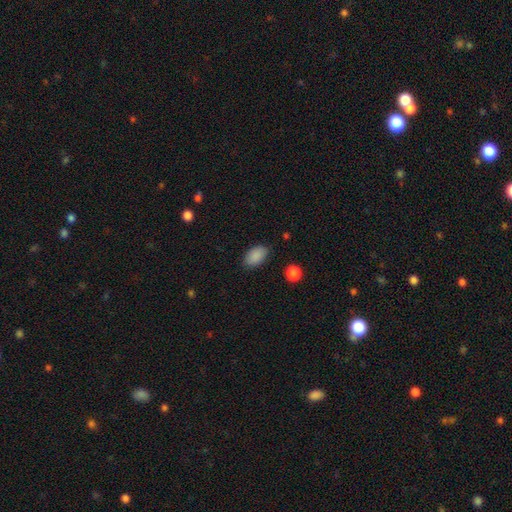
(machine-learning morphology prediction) smooth-or-featured: smooth: 88% | star or artifact: 8% | featured or disk: 4%
  how-rounded: in between: 92% | round: 7% | cigar-shaped: 2%
  merging: none: 84% | minor disturbance: 12% | major disturbance: 3% | merger: 1%